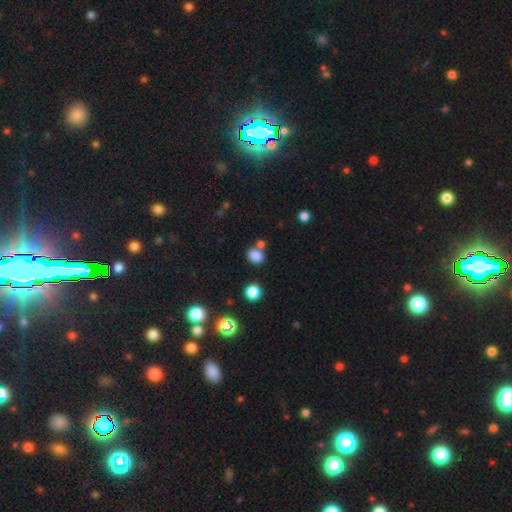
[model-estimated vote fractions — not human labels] smooth_or_featured: smooth (p=0.80) [alt: star or artifact p=0.14]
how_rounded: in between (p=0.53) [alt: round p=0.46]
merging: none (p=0.61) [alt: merger p=0.23]